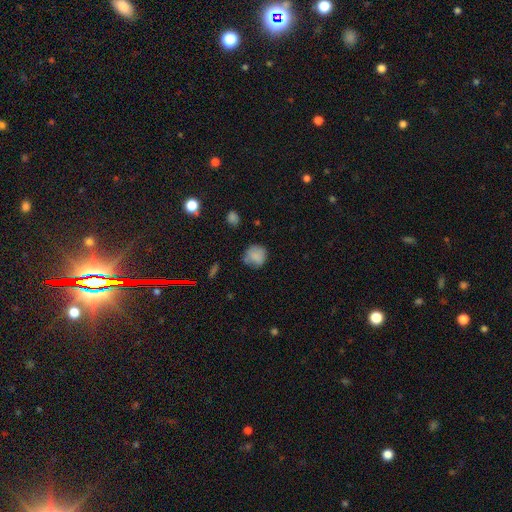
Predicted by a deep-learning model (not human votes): smooth-or-featured: smooth: 80% | star or artifact: 10% | featured or disk: 10%
  how-rounded: round: 83% | in between: 16% | cigar-shaped: 1%
  merging: none: 62% | minor disturbance: 27% | major disturbance: 7% | merger: 3%